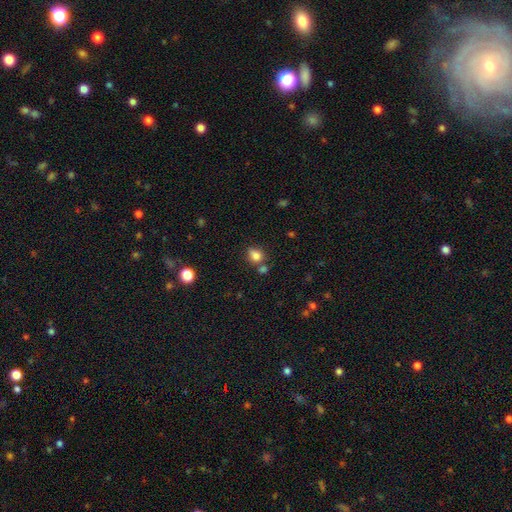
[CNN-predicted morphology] smooth 81%, star or artifact 12%, featured or disk 7%. Down the decision tree: how rounded — in between (51%); merging — none (57%).